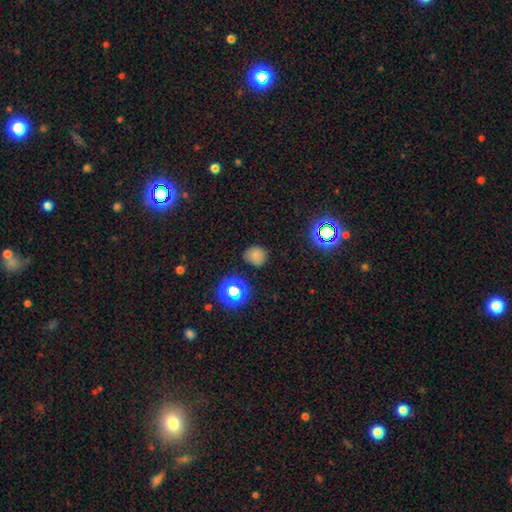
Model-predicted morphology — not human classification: type=smooth (72%); roundness=round (83%); merging=none (80%).